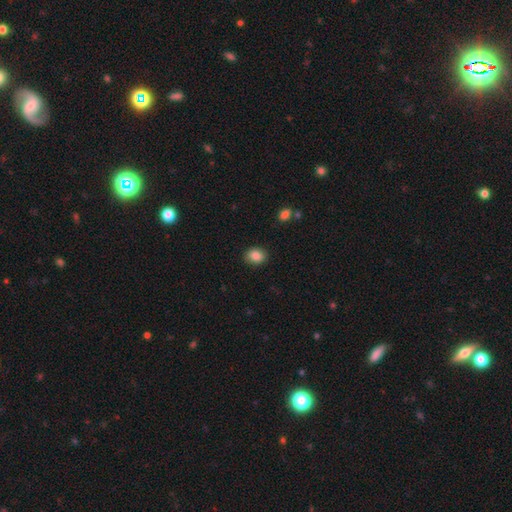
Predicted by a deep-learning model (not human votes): Smooth or featured? Predicted: smooth (p=0.86). How rounded? Predicted: in between (p=0.52). Merging? Predicted: none (p=0.88).